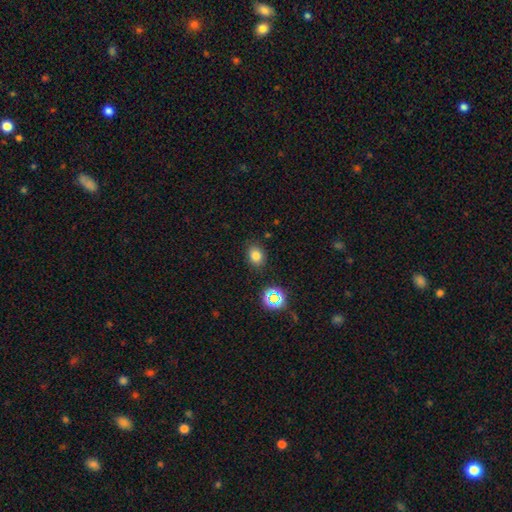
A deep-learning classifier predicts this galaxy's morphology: type=smooth (76%); roundness=in between (56%); merging=none (84%).